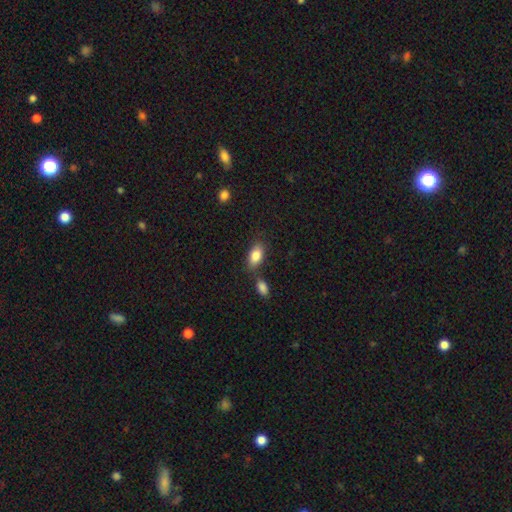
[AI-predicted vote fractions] Morphology: type=smooth (84%); roundness=in between (90%); merging=none (69%).